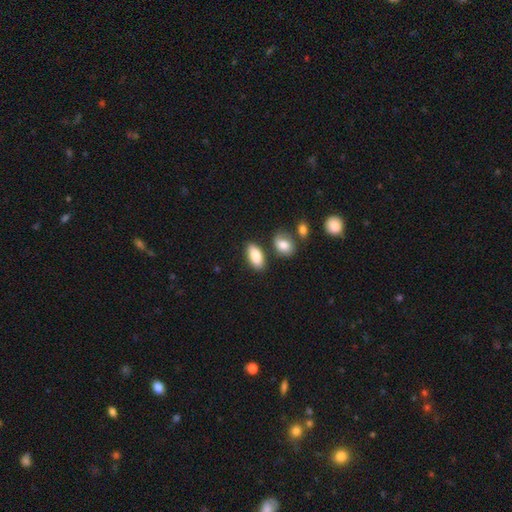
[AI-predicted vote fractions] smooth-or-featured: smooth: 86% | featured or disk: 7% | star or artifact: 6%
  how-rounded: in between: 91% | cigar-shaped: 6% | round: 3%
  merging: none: 78% | minor disturbance: 12% | merger: 7% | major disturbance: 3%